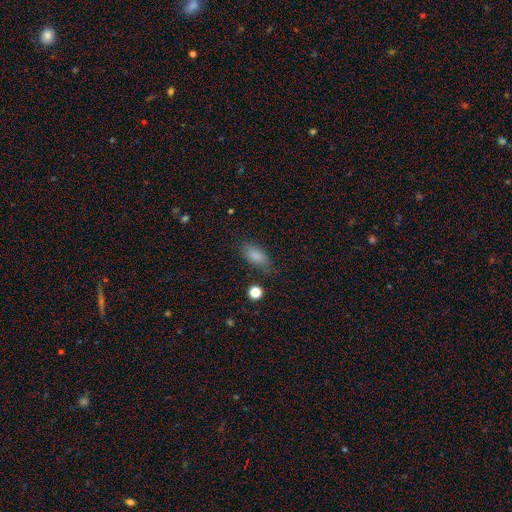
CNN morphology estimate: A smooth galaxy with no disk features (83%) that is in between round and cigar-shaped (86%). Merging: none (71%).